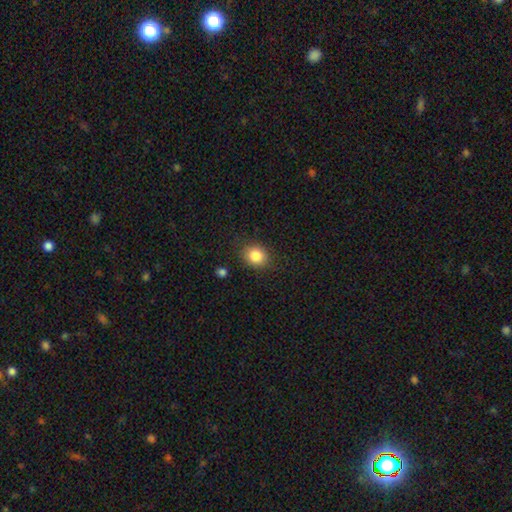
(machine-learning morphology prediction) Q: Smooth or featured?
A: smooth (85%); runner-up: star or artifact (9%)
Q: How rounded?
A: round (62%); runner-up: in between (37%)
Q: Merging?
A: none (84%); runner-up: minor disturbance (11%)